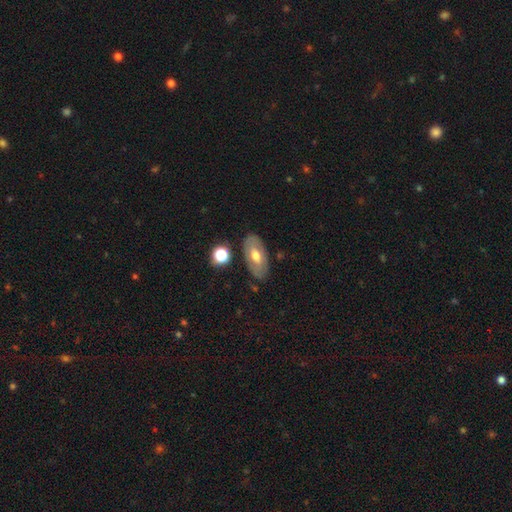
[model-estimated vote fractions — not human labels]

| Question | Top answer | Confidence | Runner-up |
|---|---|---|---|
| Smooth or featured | featured or disk | 47% | smooth (46%) |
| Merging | none | 80% | minor disturbance (13%) |